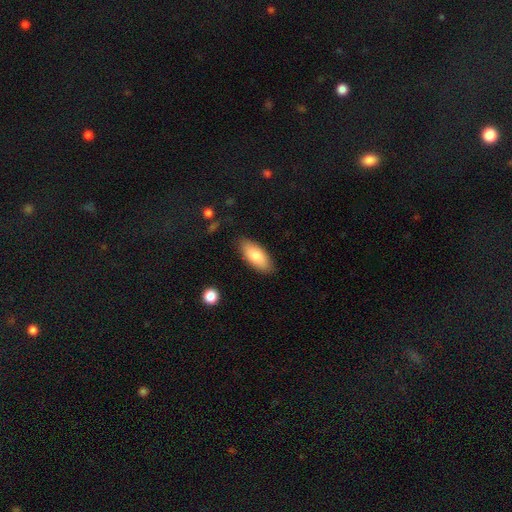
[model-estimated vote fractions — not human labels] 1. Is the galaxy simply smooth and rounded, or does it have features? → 81% smooth, 13% featured or disk, 6% star or artifact.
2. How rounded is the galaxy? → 86% in between, 12% cigar-shaped, 2% round.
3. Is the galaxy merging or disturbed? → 85% none, 11% minor disturbance, 2% major disturbance, 1% merger.